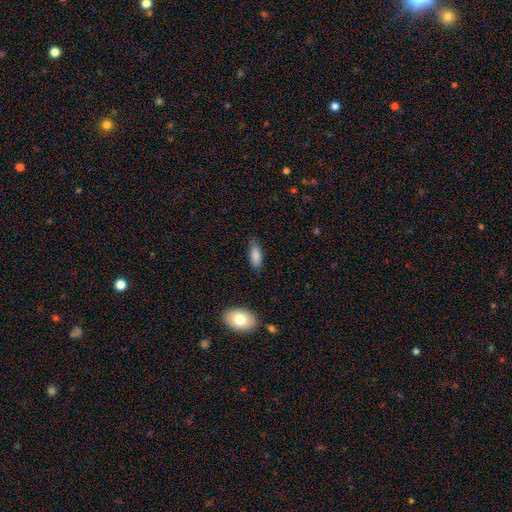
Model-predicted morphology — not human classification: Smooth or featured?
  - smooth: 85% *
  - featured or disk: 7%
  - star or artifact: 7%
How rounded?
  - in between: 82% *
  - cigar-shaped: 16%
  - round: 2%
Merging?
  - none: 74% *
  - minor disturbance: 20%
  - major disturbance: 4%
  - merger: 2%